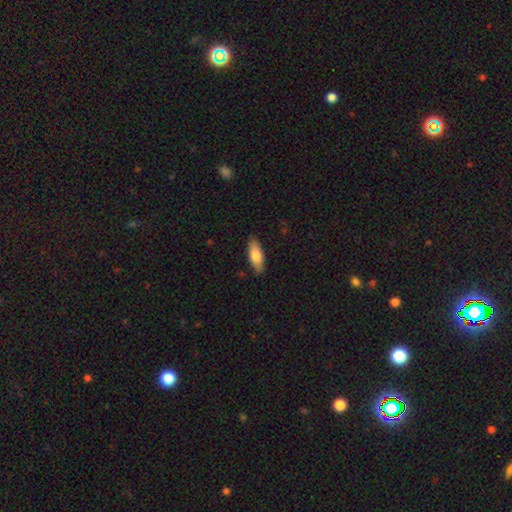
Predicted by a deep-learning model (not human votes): The model was most divided on "how rounded": in between: 71%, cigar-shaped: 27%, round: 2%. More confident: merging — none (88%); smooth or featured — smooth (77%).